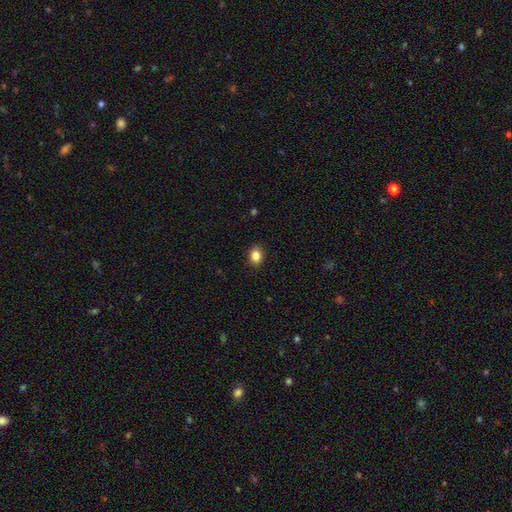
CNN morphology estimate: Q: Smooth or featured?
A: smooth (85%); runner-up: star or artifact (10%)
Q: How rounded?
A: in between (63%); runner-up: round (35%)
Q: Merging?
A: none (90%); runner-up: minor disturbance (8%)